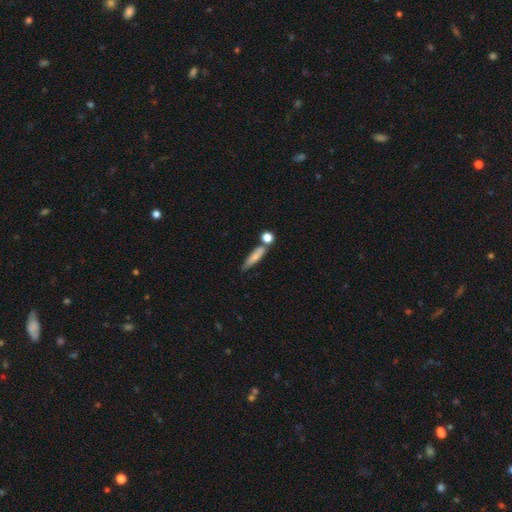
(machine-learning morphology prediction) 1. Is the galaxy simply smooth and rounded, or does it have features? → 73% smooth, 19% featured or disk, 8% star or artifact.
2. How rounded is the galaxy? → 68% cigar-shaped, 27% in between, 5% round.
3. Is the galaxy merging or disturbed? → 59% none, 18% merger, 17% minor disturbance, 5% major disturbance.